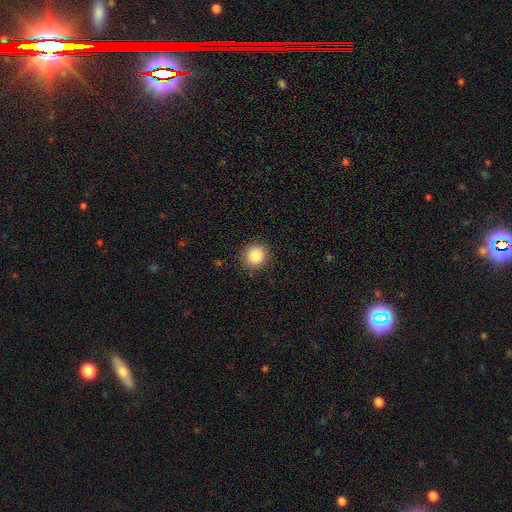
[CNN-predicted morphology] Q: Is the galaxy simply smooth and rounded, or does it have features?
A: smooth — 85%.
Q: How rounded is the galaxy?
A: round — 90%.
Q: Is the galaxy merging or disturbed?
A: none — 89%.